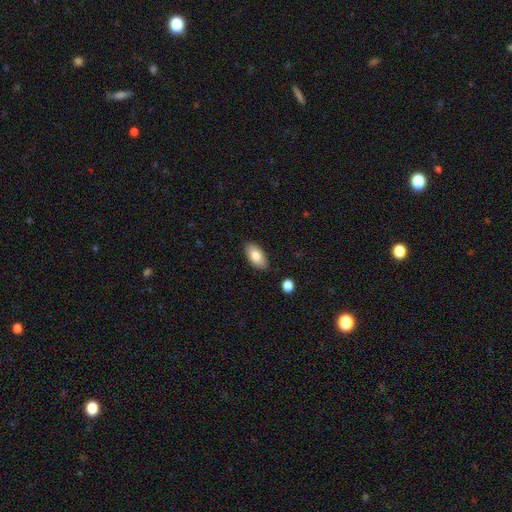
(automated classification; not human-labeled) Overall: smooth (82%). How rounded: in between (94%). Merging: none (86%).